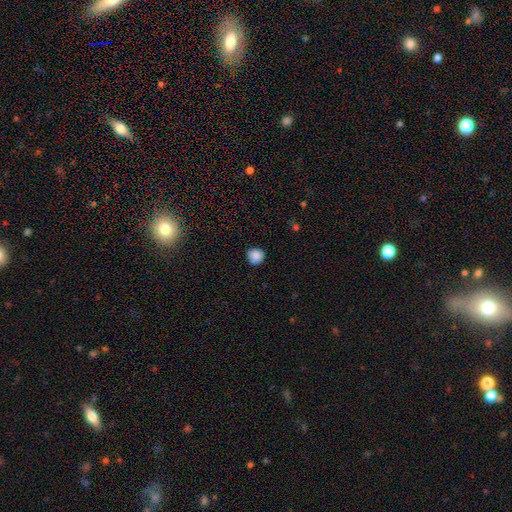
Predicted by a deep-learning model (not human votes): Overall: smooth (87%). How rounded: round (91%). Merging: none (86%).